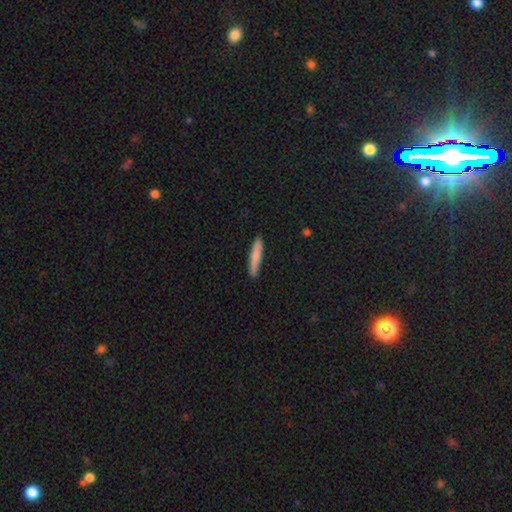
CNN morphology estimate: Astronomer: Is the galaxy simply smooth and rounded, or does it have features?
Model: smooth — 79%.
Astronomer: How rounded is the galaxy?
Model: cigar-shaped — 93%.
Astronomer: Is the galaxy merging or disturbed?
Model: none — 90%.